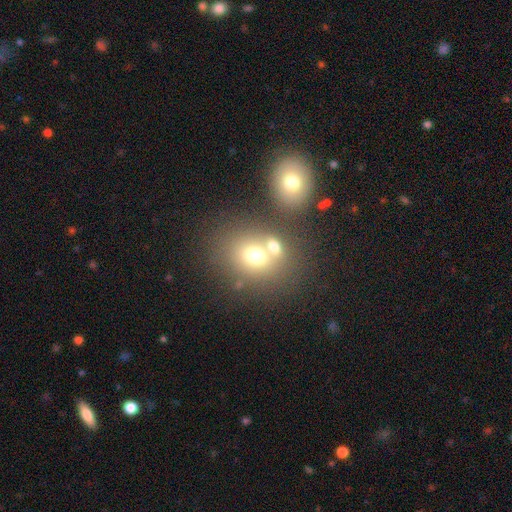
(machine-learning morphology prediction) This is likely a smooth galaxy (69%). How rounded: possibly round (59%). Merging: marginally none (44%).